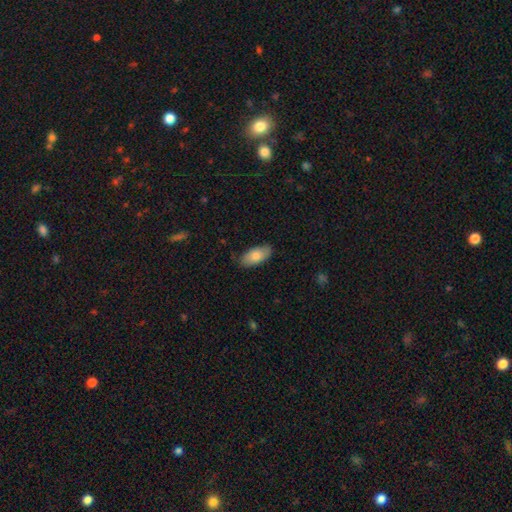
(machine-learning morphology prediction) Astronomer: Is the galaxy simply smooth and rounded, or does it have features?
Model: smooth — 77%.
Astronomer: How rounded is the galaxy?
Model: in between — 92%.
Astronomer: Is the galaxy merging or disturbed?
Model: none — 81%.